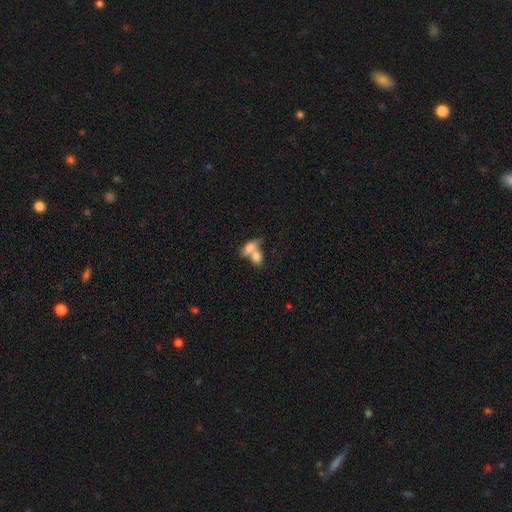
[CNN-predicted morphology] The model was most divided on "merging": merger: 70%, none: 18%, minor disturbance: 7%, major disturbance: 5%. More confident: how rounded — in between (79%); smooth or featured — smooth (77%).